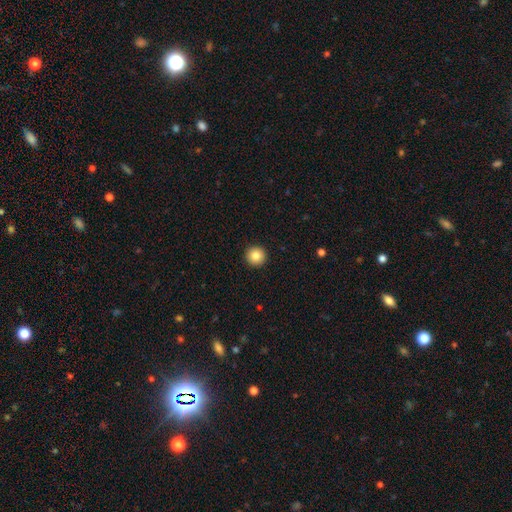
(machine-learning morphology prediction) The model was most divided on "smooth or featured": smooth: 85%, star or artifact: 9%, featured or disk: 6%. More confident: how rounded — round (96%); merging — none (94%).